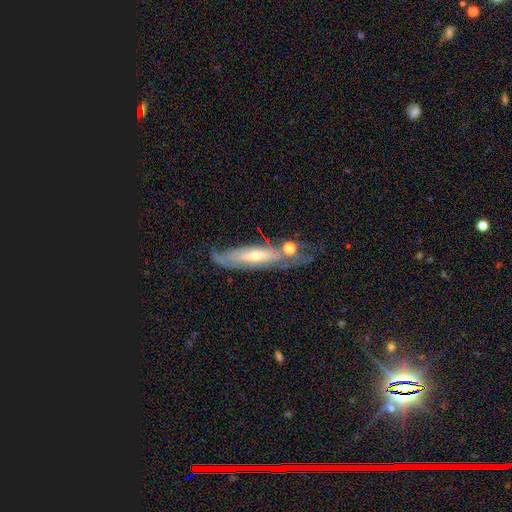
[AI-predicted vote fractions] This is likely a featured or disk galaxy (74%). It is likely not viewed edge-on (64%). Merging: possibly none (56%).